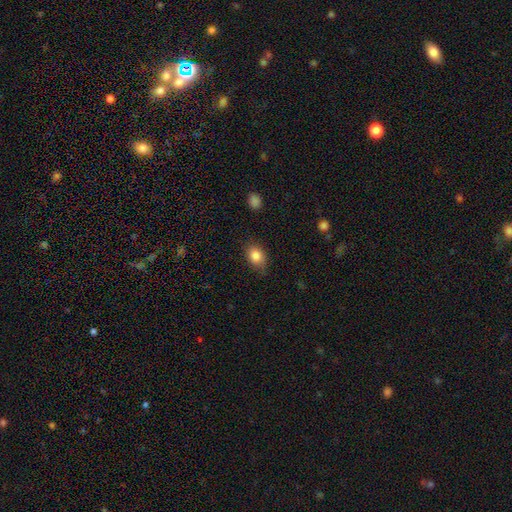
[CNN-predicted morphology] The model was most divided on "how rounded": in between: 71%, round: 28%, cigar-shaped: 1%. More confident: smooth or featured — smooth (85%); merging — none (75%).